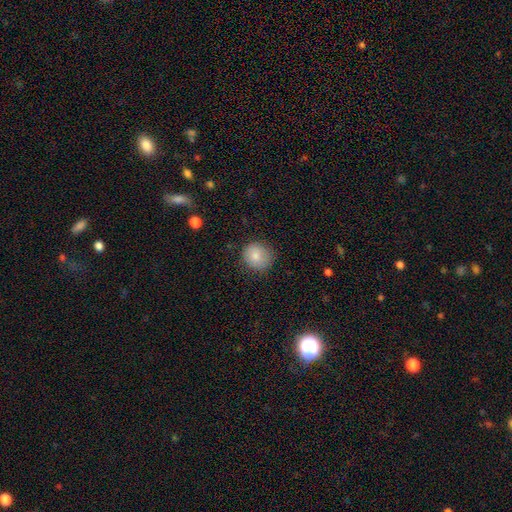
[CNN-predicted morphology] Q: Smooth or featured?
A: smooth (84%); runner-up: star or artifact (8%)
Q: How rounded?
A: round (88%); runner-up: in between (11%)
Q: Merging?
A: none (82%); runner-up: minor disturbance (14%)